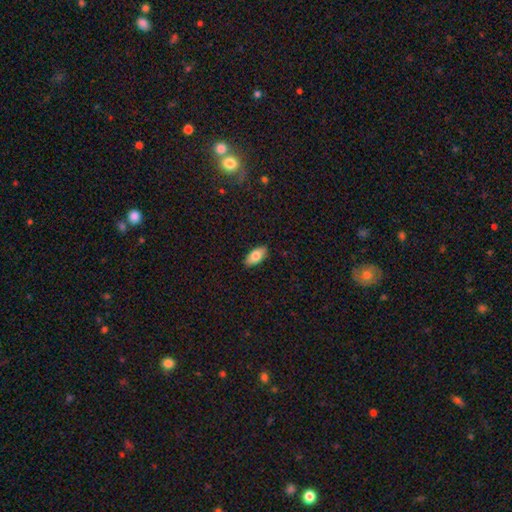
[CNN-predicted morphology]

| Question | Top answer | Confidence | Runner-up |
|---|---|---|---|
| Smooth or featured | smooth | 78% | featured or disk (15%) |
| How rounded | in between | 90% | cigar-shaped (8%) |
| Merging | none | 89% | minor disturbance (8%) |